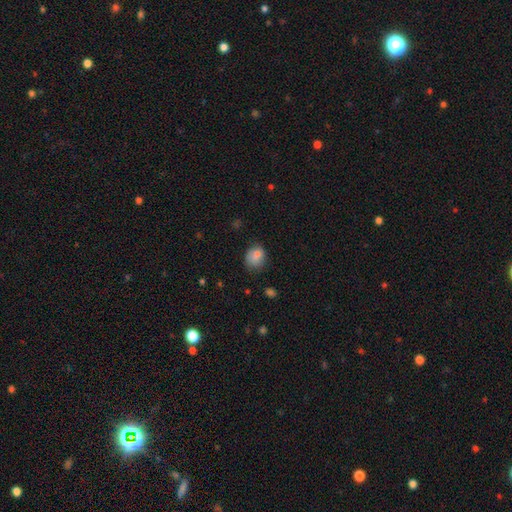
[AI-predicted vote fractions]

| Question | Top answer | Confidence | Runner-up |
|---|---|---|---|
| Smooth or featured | smooth | 80% | featured or disk (10%) |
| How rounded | round | 59% | in between (40%) |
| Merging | none | 60% | minor disturbance (27%) |